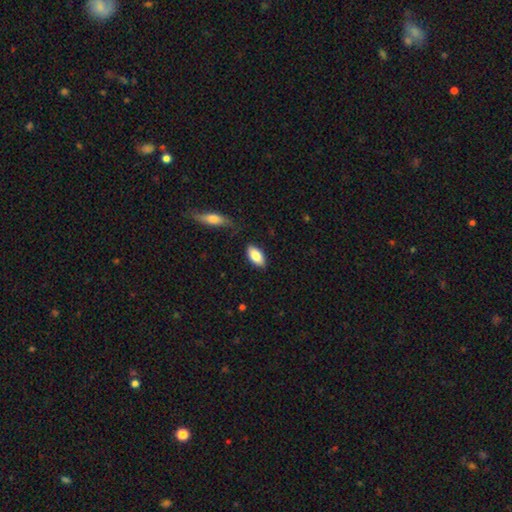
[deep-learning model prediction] Smooth or featured?
  - smooth: 82% *
  - featured or disk: 12%
  - star or artifact: 6%
How rounded?
  - in between: 91% *
  - cigar-shaped: 7%
  - round: 2%
Merging?
  - none: 84% *
  - minor disturbance: 11%
  - merger: 3%
  - major disturbance: 2%